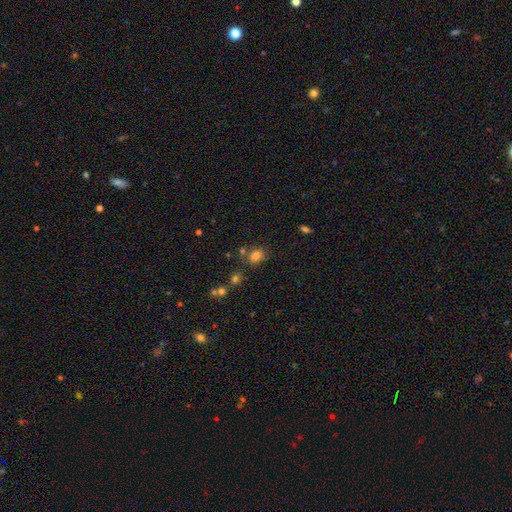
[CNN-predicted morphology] This is likely a smooth galaxy (79%). How rounded: possibly in between (50%). Merging: likely none (70%).